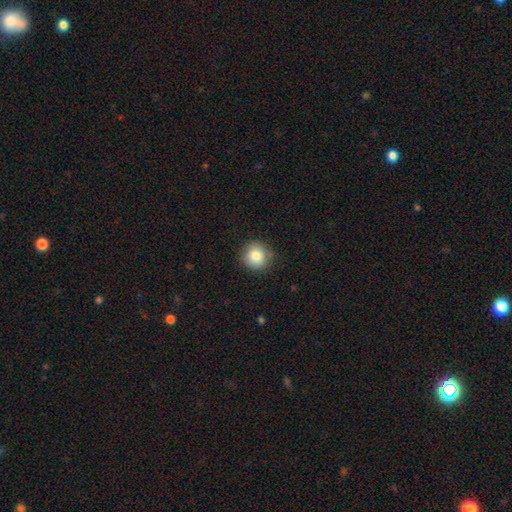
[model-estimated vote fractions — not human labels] Smooth or featured: smooth — 84% (star or artifact — 9%)
How rounded: round — 92% (in between — 7%)
Merging: none — 85% (minor disturbance — 11%)